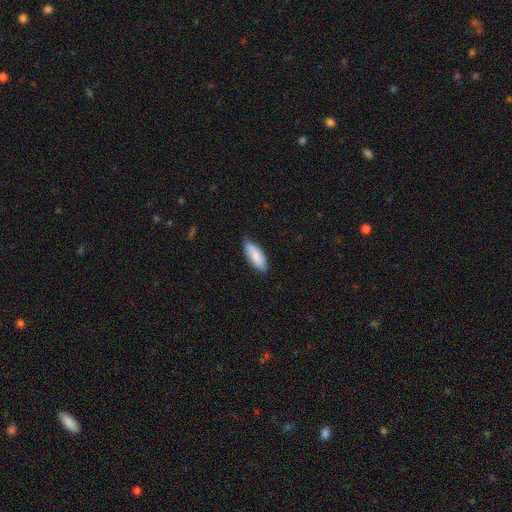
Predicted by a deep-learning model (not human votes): Smooth or featured: smooth — 83% (featured or disk — 12%)
How rounded: in between — 74% (cigar-shaped — 24%)
Merging: none — 77% (minor disturbance — 19%)